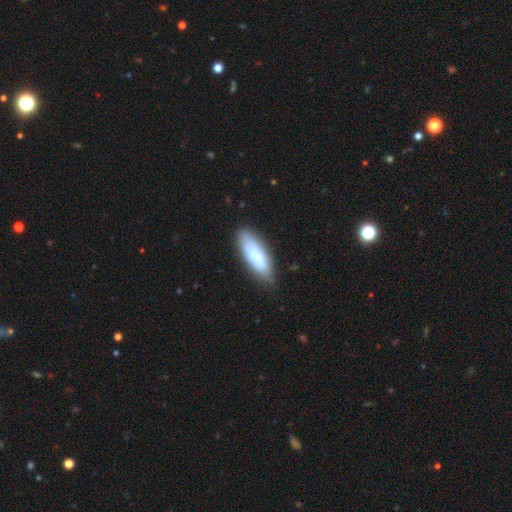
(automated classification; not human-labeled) Q: Smooth or featured?
A: smooth (71%); runner-up: featured or disk (22%)
Q: How rounded?
A: in between (58%); runner-up: cigar-shaped (40%)
Q: Merging?
A: none (73%); runner-up: minor disturbance (20%)